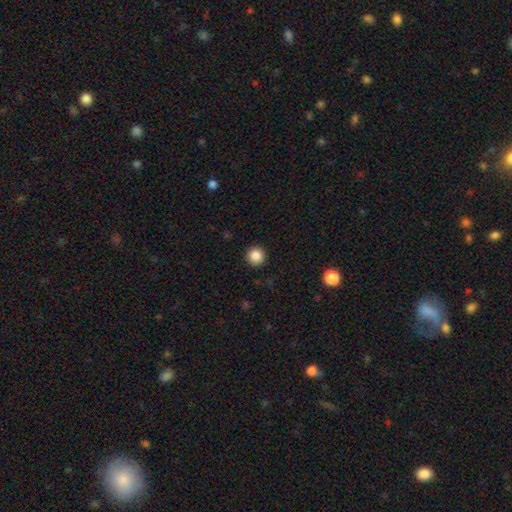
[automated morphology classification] This appears to be a smooth galaxy with no disk features (86%) that is round (95%). Merging: none (93%).